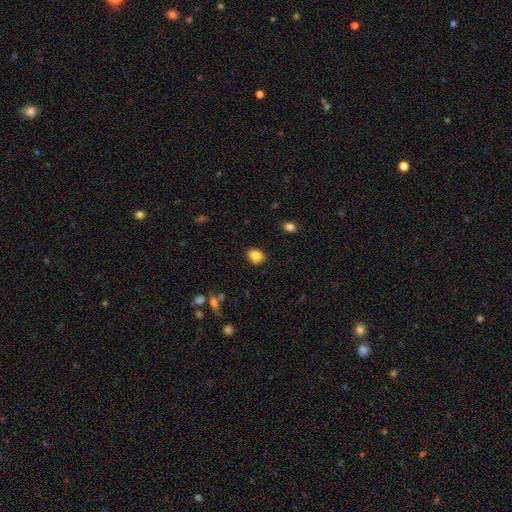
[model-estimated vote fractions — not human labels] Smooth or featured?
  - smooth: 86% *
  - star or artifact: 9%
  - featured or disk: 5%
How rounded?
  - in between: 54% *
  - round: 45%
  - cigar-shaped: 1%
Merging?
  - none: 87% *
  - minor disturbance: 9%
  - major disturbance: 2%
  - merger: 1%